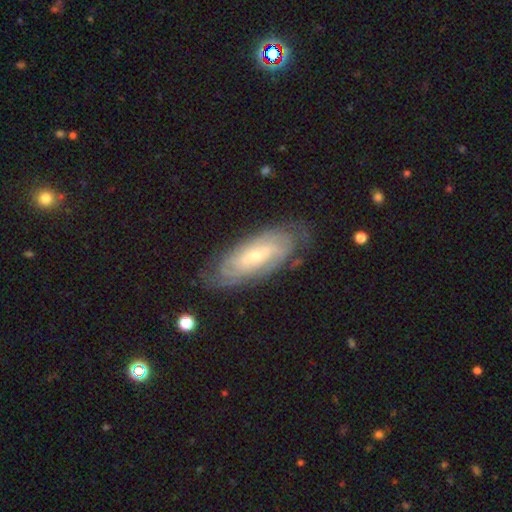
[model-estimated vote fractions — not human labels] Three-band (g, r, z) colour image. It shows a featured or disk galaxy (80%) with no bar (47%), tight (73%) spiral arms (93%) and a small central bulge (66%). Merging: none (76%).